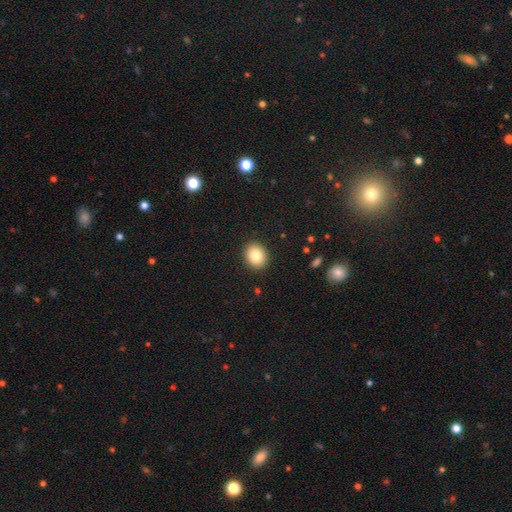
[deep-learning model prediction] This is clearly a smooth galaxy (82%). How rounded: likely round (69%). Merging: clearly none (91%).